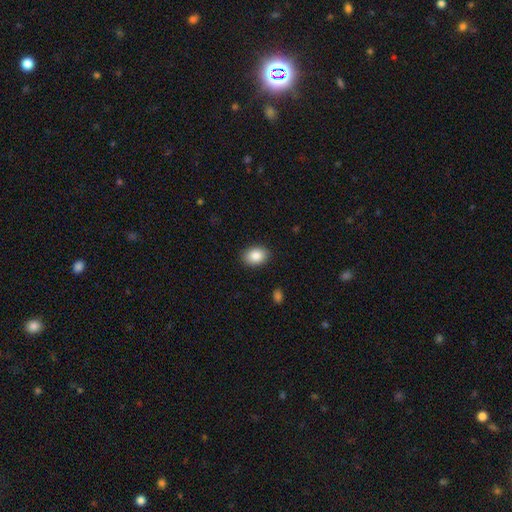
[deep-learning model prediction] Morphology: type=smooth (87%); roundness=in between (72%); merging=none (88%).